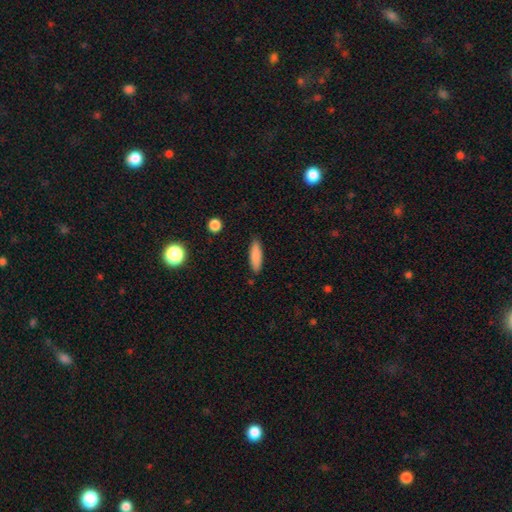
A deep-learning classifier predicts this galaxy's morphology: smooth 86%, featured or disk 7%, star or artifact 7%. Down the decision tree: how rounded — cigar-shaped (61%); merging — none (88%).